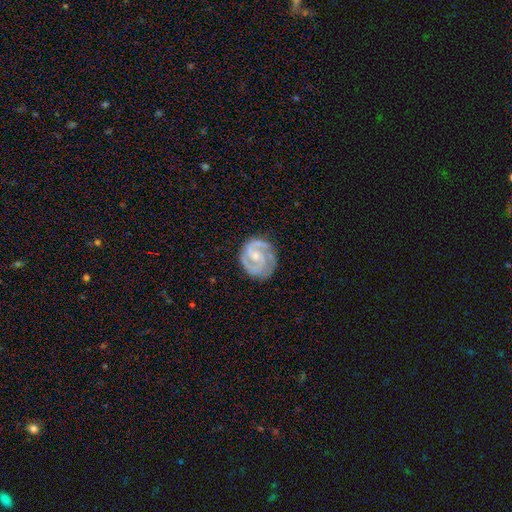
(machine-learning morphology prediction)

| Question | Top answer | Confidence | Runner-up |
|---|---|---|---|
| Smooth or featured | featured or disk | 88% | smooth (7%) |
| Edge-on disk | no | 98% | yes (2%) |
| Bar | no | 49% | weak (41%) |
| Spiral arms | yes | 97% | no (3%) |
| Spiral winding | tight | 50% | medium (43%) |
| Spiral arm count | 2 | 79% | 3 (10%) |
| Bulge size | small | 53% | moderate (39%) |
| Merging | none | 77% | minor disturbance (16%) |